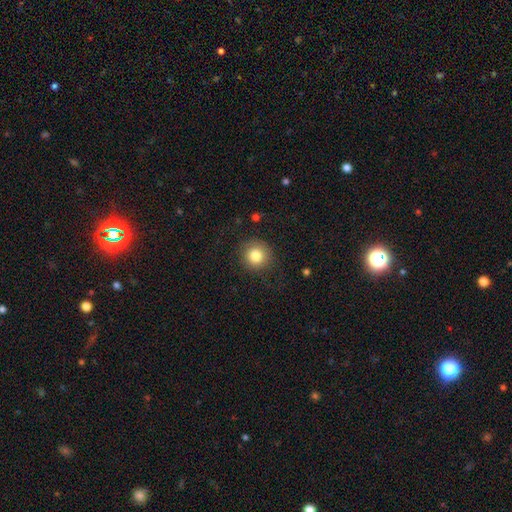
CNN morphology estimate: This appears to be a smooth galaxy with no disk features (83%) that is round (92%). Merging: none (86%).